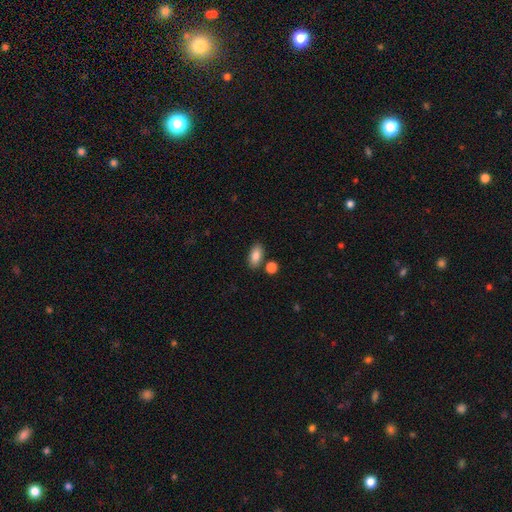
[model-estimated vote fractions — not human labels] smooth 86%, star or artifact 8%, featured or disk 7%. Down the decision tree: how rounded — in between (90%); merging — none (80%).